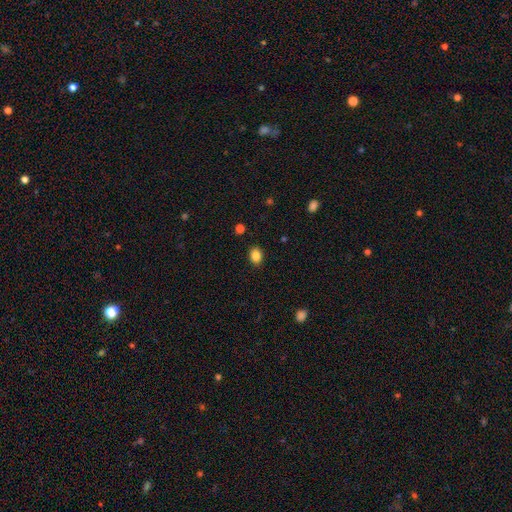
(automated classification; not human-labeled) A smooth galaxy with no disk features (86%) that is in between round and cigar-shaped (60%). Merging: none (89%).